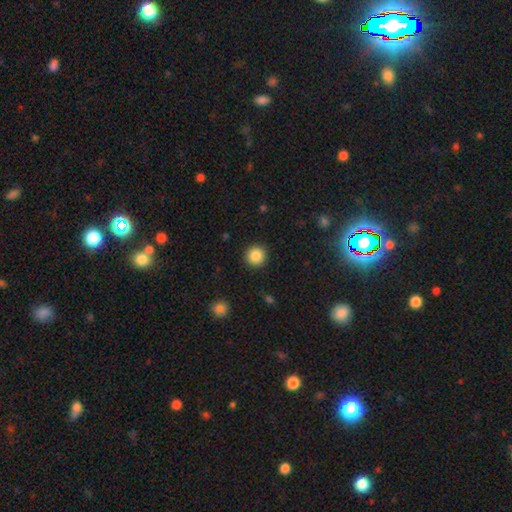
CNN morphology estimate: Smooth or featured? smooth (86%)
How rounded? round (95%)
Merging? none (92%)